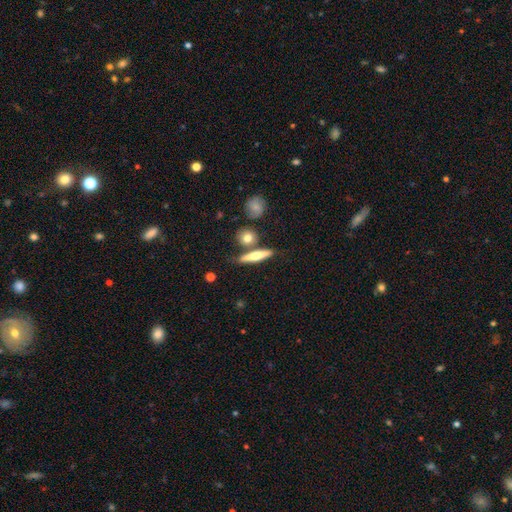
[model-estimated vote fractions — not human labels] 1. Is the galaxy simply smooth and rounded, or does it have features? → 59% smooth, 34% featured or disk, 6% star or artifact.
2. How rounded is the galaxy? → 75% cigar-shaped, 19% in between, 6% round.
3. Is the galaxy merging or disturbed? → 72% none, 14% merger, 11% minor disturbance, 3% major disturbance.